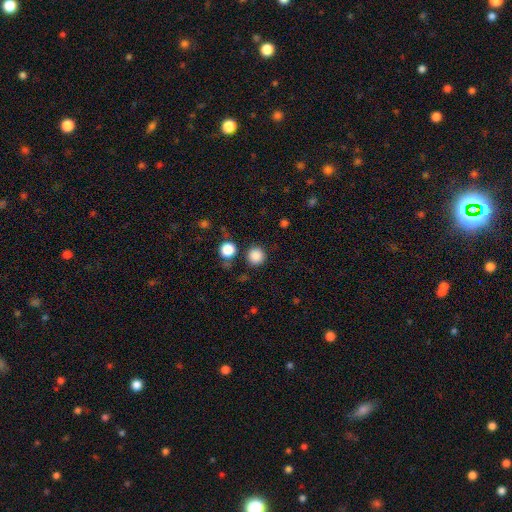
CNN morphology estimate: smooth_or_featured: smooth (p=0.86) [alt: star or artifact p=0.11]
how_rounded: round (p=0.95) [alt: in between p=0.04]
merging: none (p=0.85) [alt: minor disturbance p=0.07]